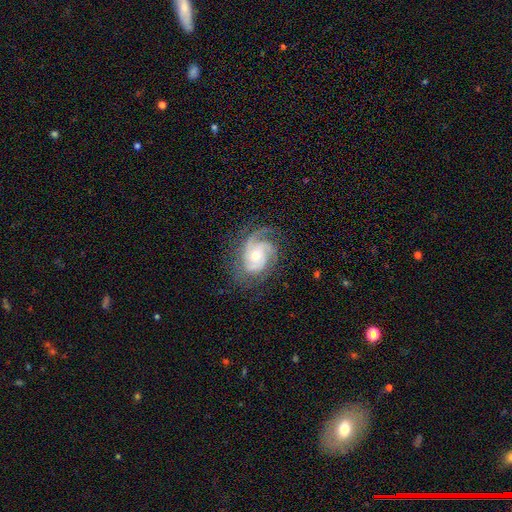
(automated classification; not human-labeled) Overall: featured or disk (89%). Edge-on disk: no (97%). Bar: no (68%). Spiral arms: yes (97%). Spiral arm count: 3 (47%; 2 21%). Spiral winding: tight (49%; medium 41%). Bulge size: moderate (50%; small 45%). Merging: none (68%).